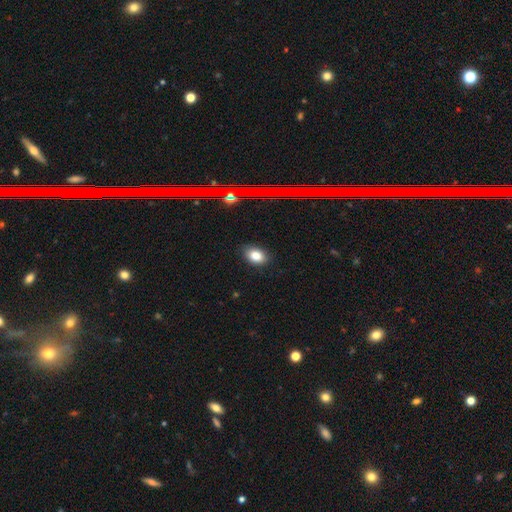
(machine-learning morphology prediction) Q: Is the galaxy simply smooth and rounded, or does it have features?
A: smooth — 82%.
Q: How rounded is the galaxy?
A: in between — 73%.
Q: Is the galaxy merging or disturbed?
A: none — 86%.